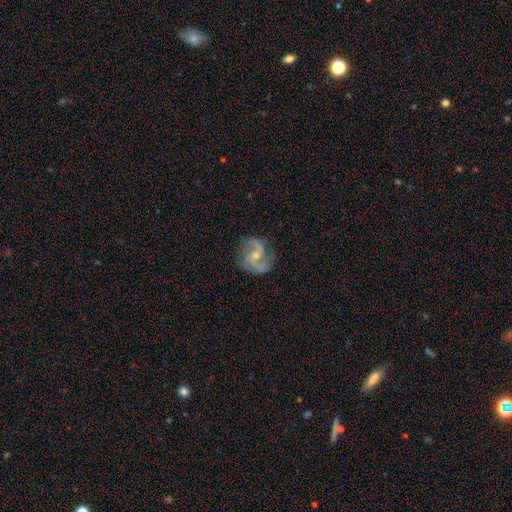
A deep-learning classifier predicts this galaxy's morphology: This appears to be a featured or disk galaxy (86%) with no bar (54%), 2 (86%) medium (49%) spiral arms (96%) and a small central bulge (51%). Merging: none (73%).